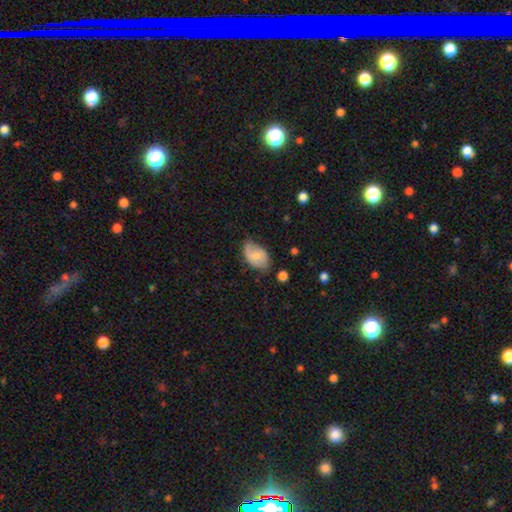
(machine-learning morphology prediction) smooth 60%, featured or disk 33%, star or artifact 7%. Down the decision tree: how rounded — in between (90%); merging — none (56%).